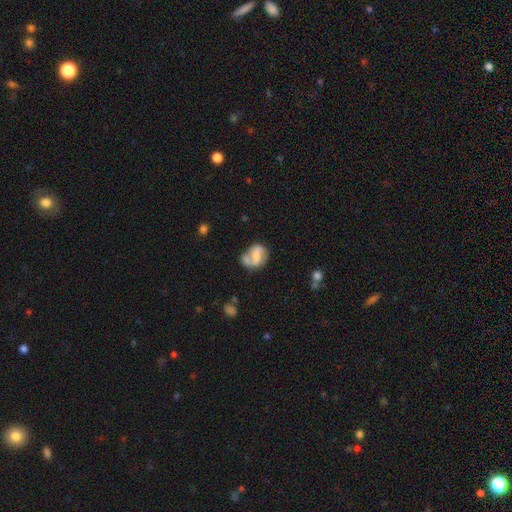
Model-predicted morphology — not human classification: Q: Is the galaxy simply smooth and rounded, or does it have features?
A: featured or disk — 61%.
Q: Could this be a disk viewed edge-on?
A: no — 97%.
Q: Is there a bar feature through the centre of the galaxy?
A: weak — 39%.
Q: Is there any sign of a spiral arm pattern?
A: yes — 74%.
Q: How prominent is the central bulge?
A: moderate — 38%.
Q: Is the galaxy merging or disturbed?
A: none — 48%.